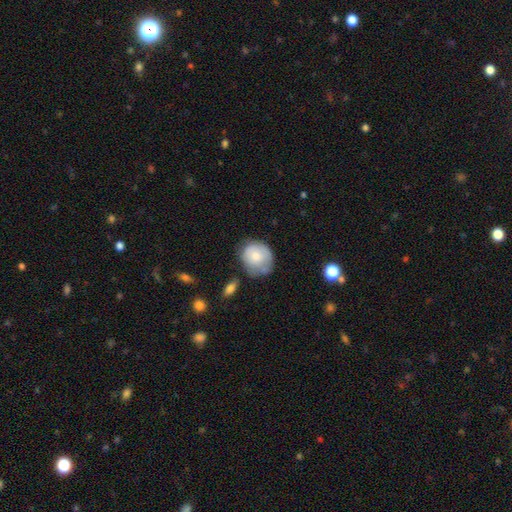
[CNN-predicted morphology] type=smooth (74%); roundness=round (73%); merging=none (50%).